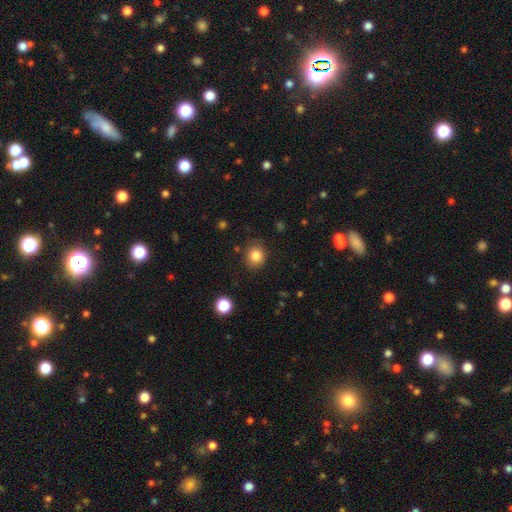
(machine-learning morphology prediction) This is clearly a smooth galaxy (83%). How rounded: likely round (75%). Merging: clearly none (83%).